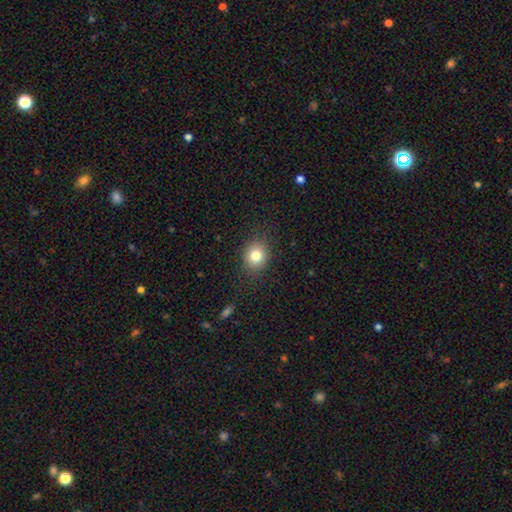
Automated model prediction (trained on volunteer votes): The model was most divided on "how rounded": round: 64%, in between: 35%, cigar-shaped: 1%. More confident: merging — none (84%); smooth or featured — smooth (80%).